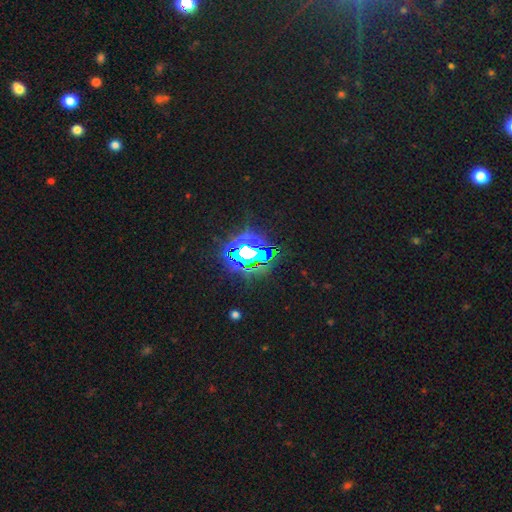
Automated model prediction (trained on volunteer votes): This is likely a star or artifact rather than a galaxy (76%).